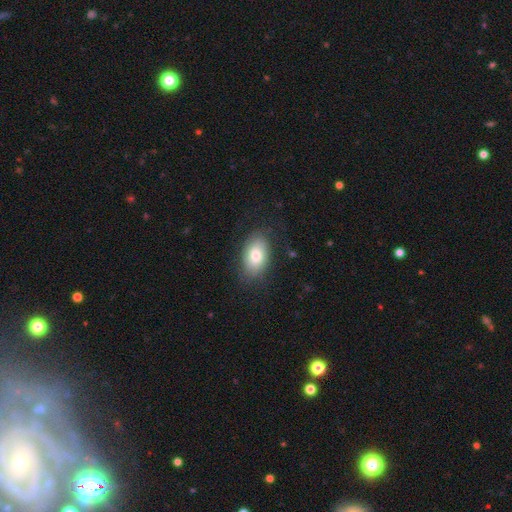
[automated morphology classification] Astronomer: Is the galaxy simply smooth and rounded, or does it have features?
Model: smooth — 77%.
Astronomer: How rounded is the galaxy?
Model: in between — 91%.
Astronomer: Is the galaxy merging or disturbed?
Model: none — 79%.